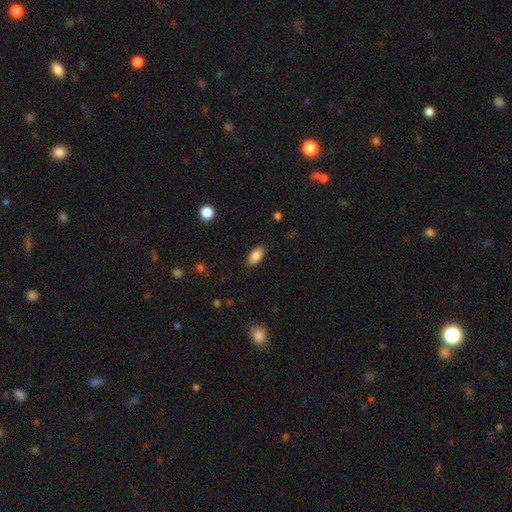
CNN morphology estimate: Smooth or featured? Predicted: smooth (p=0.85). How rounded? Predicted: in between (p=0.90). Merging? Predicted: none (p=0.88).